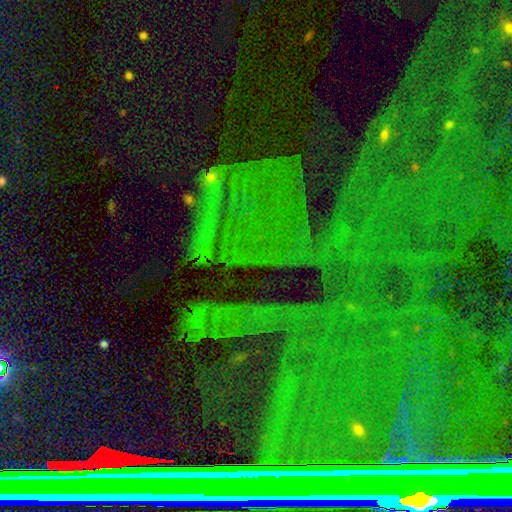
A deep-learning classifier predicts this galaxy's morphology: type=star or artifact (82%).